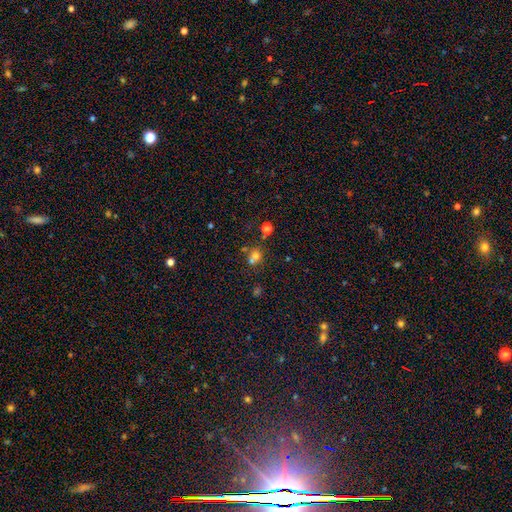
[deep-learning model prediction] Smooth or featured?
  - smooth: 63% *
  - star or artifact: 23%
  - featured or disk: 14%
How rounded?
  - round: 68% *
  - in between: 31%
  - cigar-shaped: 1%
Merging?
  - none: 44% *
  - merger: 40%
  - minor disturbance: 10%
  - major disturbance: 5%